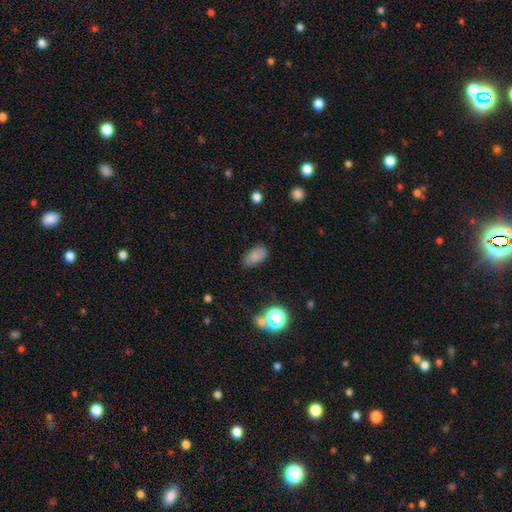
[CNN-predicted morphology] This appears to be a smooth galaxy with no disk features (75%) that is in between round and cigar-shaped (90%). Merging: none (75%).